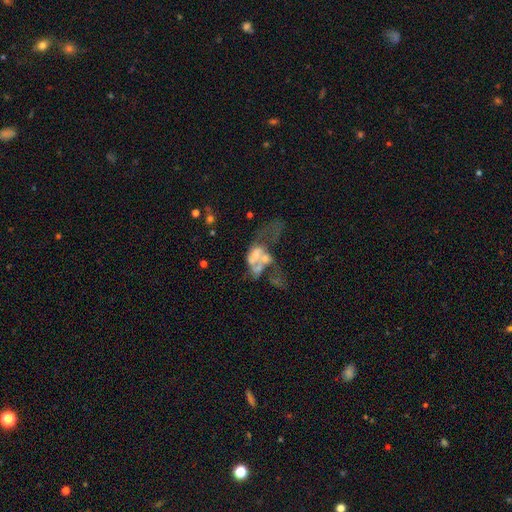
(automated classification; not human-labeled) This appears to be a featured or disk galaxy (61%) with no bar (84%), no spiral arms (83%) and no central bulge (35%). Merging: merger (56%).